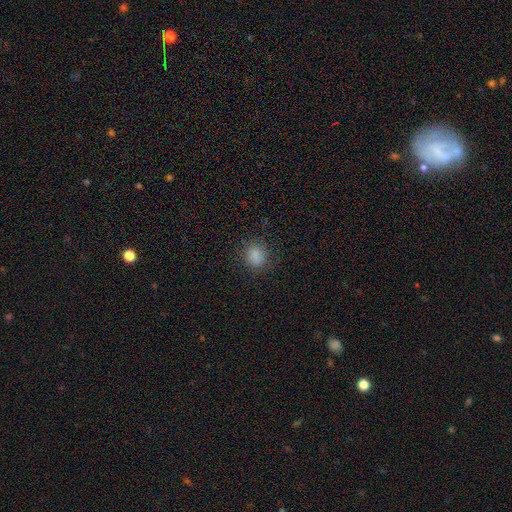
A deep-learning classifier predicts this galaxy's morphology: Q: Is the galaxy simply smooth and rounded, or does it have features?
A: smooth — 84%.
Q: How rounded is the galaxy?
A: round — 68%.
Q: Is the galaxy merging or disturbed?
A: none — 83%.